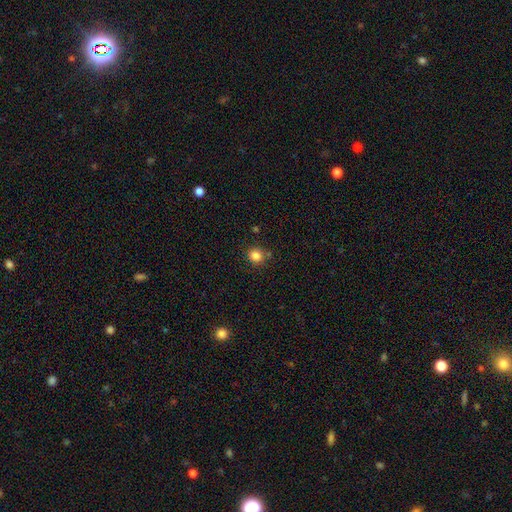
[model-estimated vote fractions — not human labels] This is clearly a smooth galaxy (84%). How rounded: clearly round (86%). Merging: clearly none (82%).